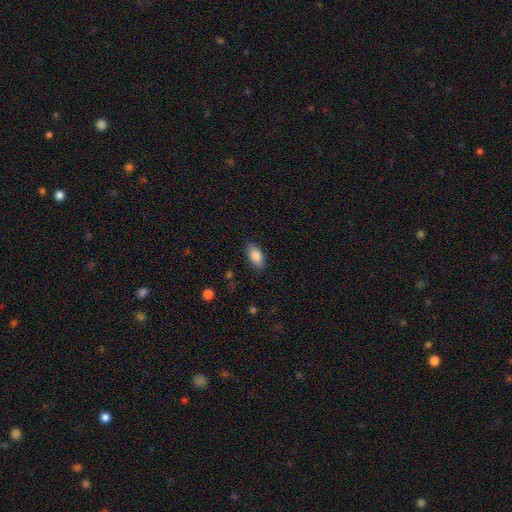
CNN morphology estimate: Smooth or featured: smooth — 86% (star or artifact — 7%)
How rounded: in between — 91% (cigar-shaped — 5%)
Merging: none — 85% (minor disturbance — 12%)